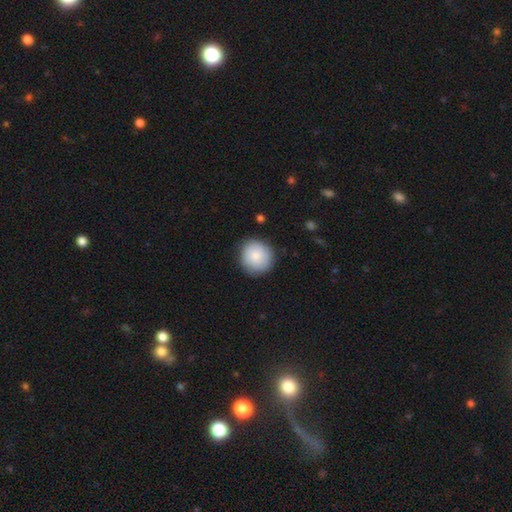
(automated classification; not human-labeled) Morphology: type=smooth (83%); roundness=round (93%); merging=none (85%).